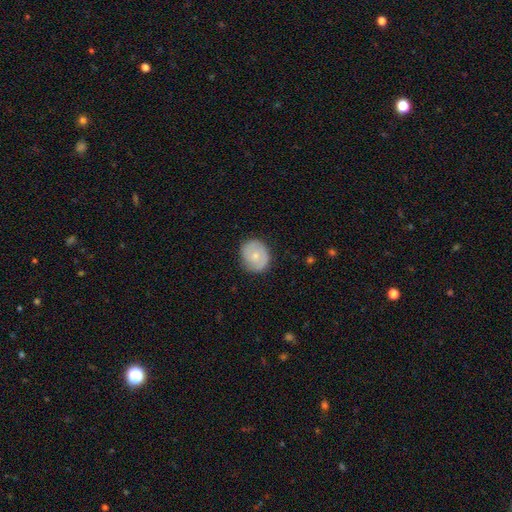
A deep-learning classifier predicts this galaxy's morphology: Overall: smooth (53%; featured or disk 40%). How rounded: round (78%). Merging: none (81%).